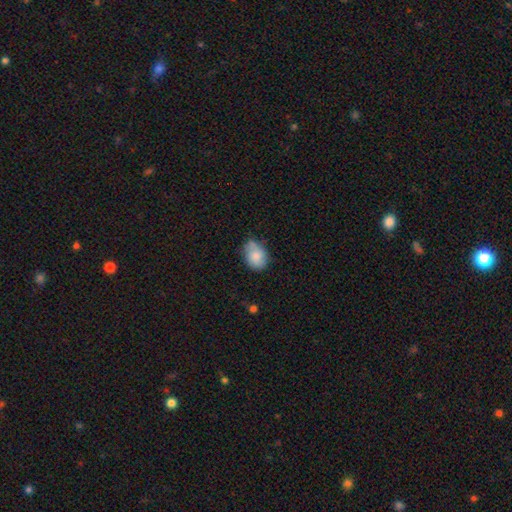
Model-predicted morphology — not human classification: Q: Smooth or featured?
A: smooth (78%); runner-up: featured or disk (15%)
Q: How rounded?
A: in between (74%); runner-up: round (25%)
Q: Merging?
A: none (58%); runner-up: minor disturbance (32%)